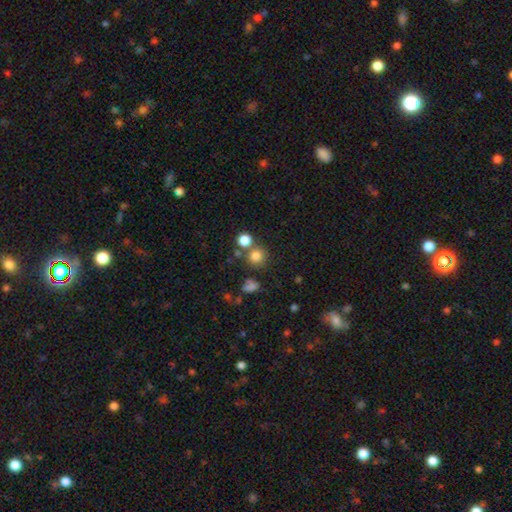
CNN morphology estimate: Smooth or featured? smooth (79%)
How rounded? round (89%)
Merging? none (68%)